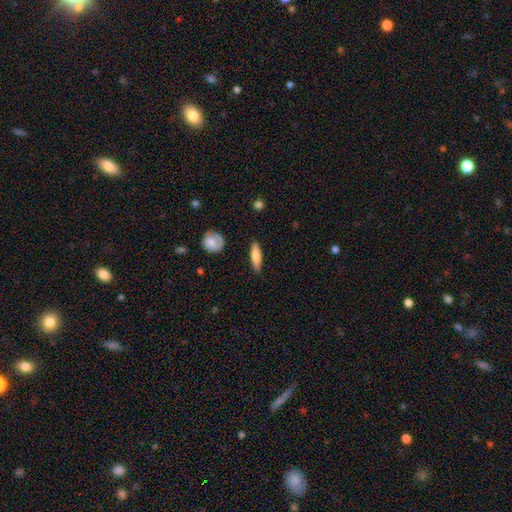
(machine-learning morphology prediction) Smooth or featured? smooth (76%)
How rounded? cigar-shaped (63%)
Merging? none (84%)